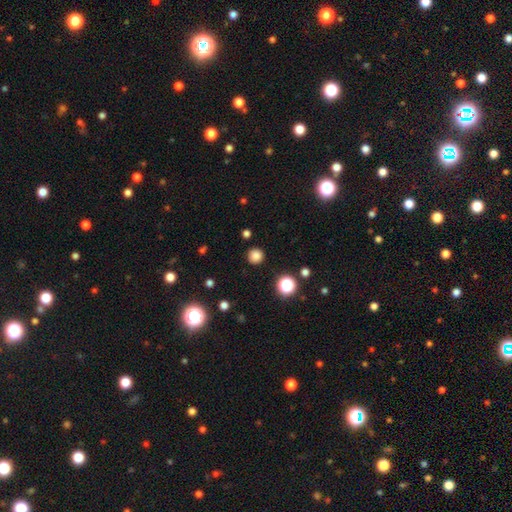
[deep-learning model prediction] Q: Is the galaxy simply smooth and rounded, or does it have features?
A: smooth — 82%.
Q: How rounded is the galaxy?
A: round — 95%.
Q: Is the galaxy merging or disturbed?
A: none — 90%.